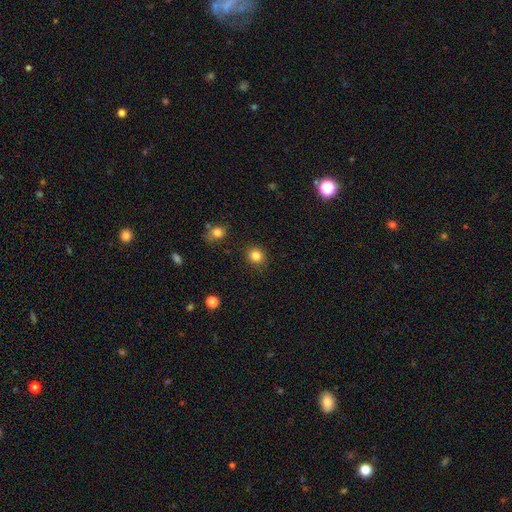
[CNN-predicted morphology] A smooth galaxy with no disk features (84%) that is round (82%). Merging: none (88%).